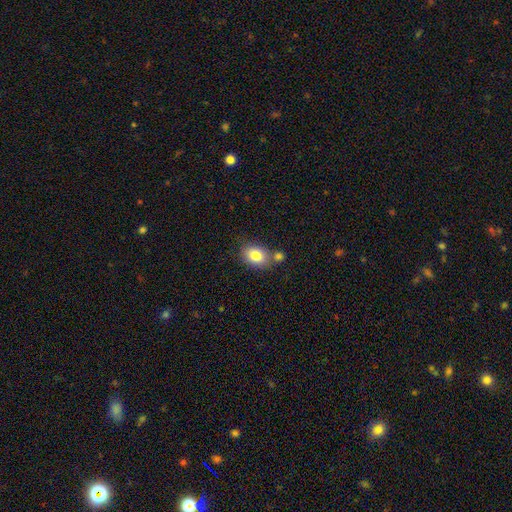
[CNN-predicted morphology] Smooth or featured? smooth (81%)
How rounded? in between (74%)
Merging? none (62%)